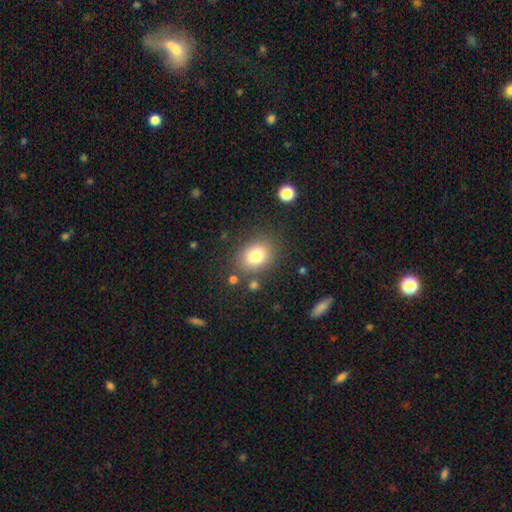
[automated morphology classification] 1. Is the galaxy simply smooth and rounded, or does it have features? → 78% smooth, 11% star or artifact, 10% featured or disk.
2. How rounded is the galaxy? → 52% in between, 47% round, 1% cigar-shaped.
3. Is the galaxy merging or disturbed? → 81% none, 11% minor disturbance, 4% major disturbance, 4% merger.